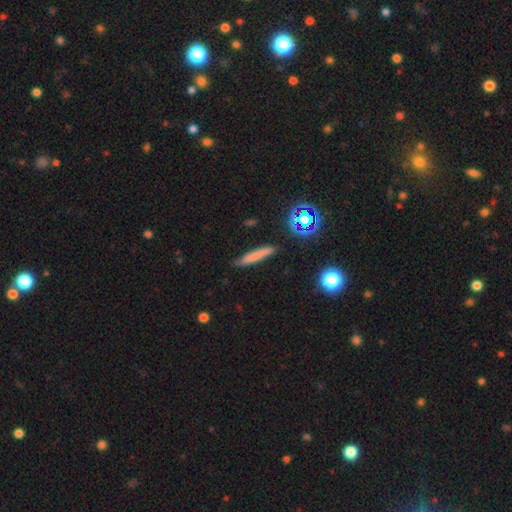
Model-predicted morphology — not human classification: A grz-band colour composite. It shows a smooth galaxy with no disk features (69%) that is cigar-shaped (92%). Merging: none (86%).